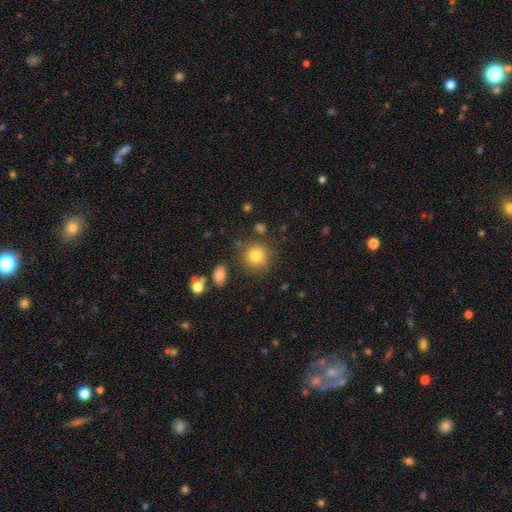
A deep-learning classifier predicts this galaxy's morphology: A smooth galaxy with no disk features (80%) that is round (89%).

Vote fractions:
- Smooth or featured? smooth: 80% / star or artifact: 12% / featured or disk: 8%
- How rounded? round: 89% / in between: 10% / cigar-shaped: 1%
- Merging? none: 79% / minor disturbance: 11% / merger: 5% / major disturbance: 4%